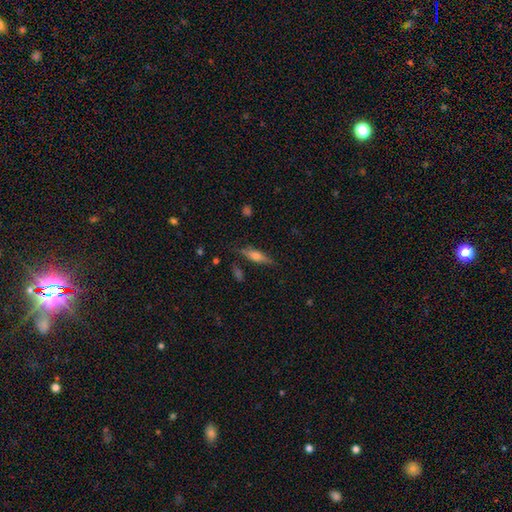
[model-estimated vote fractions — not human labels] Smooth or featured?
  - featured or disk: 58% *
  - smooth: 34%
  - star or artifact: 8%
Edge-on disk?
  - yes: 94% *
  - no: 6%
Edge-on bulge?
  - rounded: 87% *
  - boxy: 9%
  - none: 4%
Merging?
  - none: 80% *
  - minor disturbance: 14%
  - major disturbance: 4%
  - merger: 2%